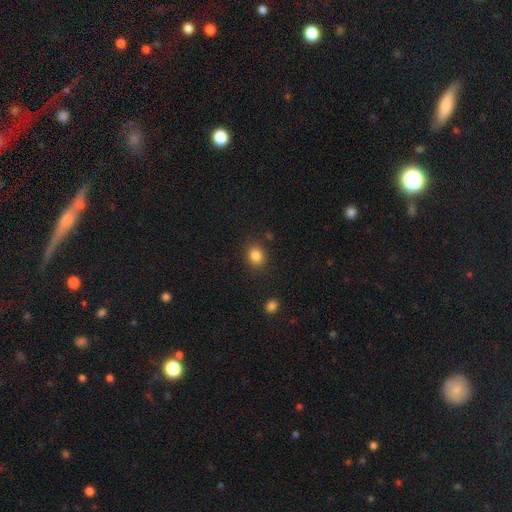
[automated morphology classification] smooth 84%, star or artifact 11%, featured or disk 5%. Down the decision tree: how rounded — round (60%); merging — none (86%).